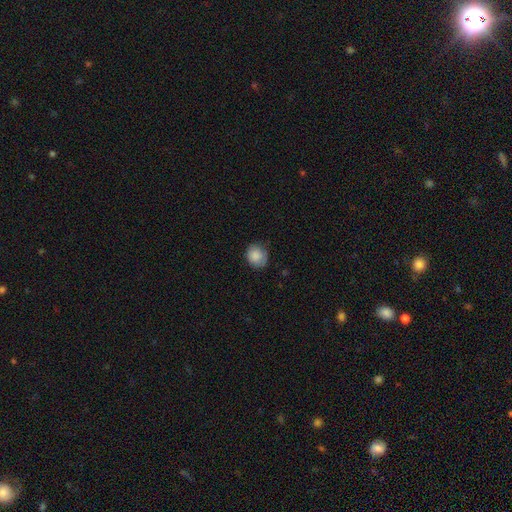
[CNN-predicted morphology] A smooth galaxy with no disk features (87%) that is round (76%). Merging: none (72%).